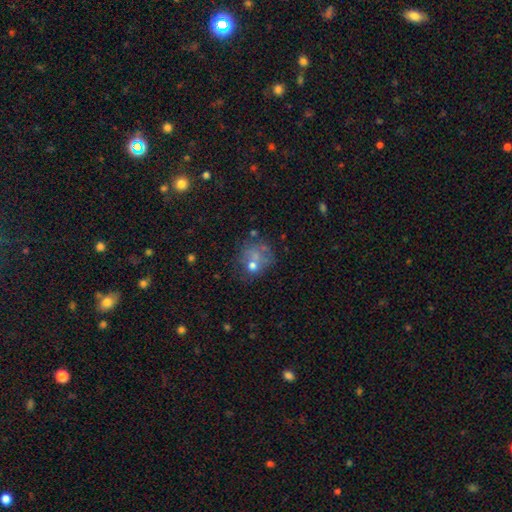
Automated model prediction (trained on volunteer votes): Smooth or featured? smooth (53%)
How rounded? round (69%)
Merging? none (44%)